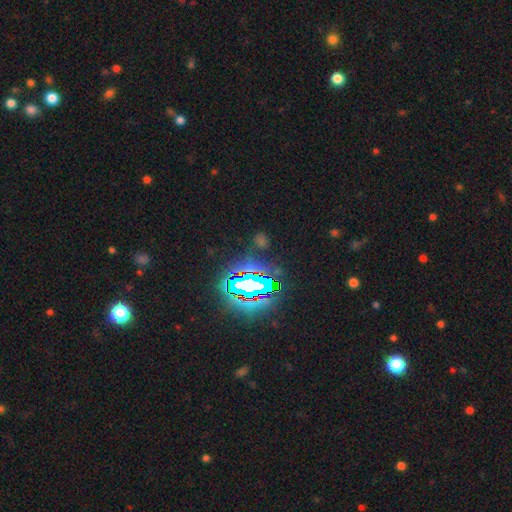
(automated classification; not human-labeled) star or artifact 84%, smooth 9%, featured or disk 7%.